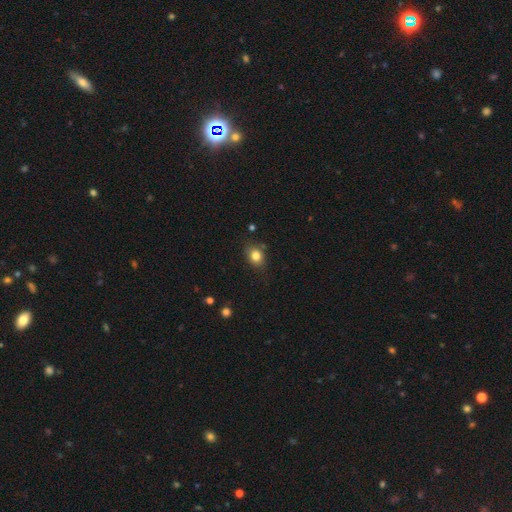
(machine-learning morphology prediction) Smooth or featured? Predicted: smooth (p=0.82). How rounded? Predicted: in between (p=0.52). Merging? Predicted: none (p=0.77).